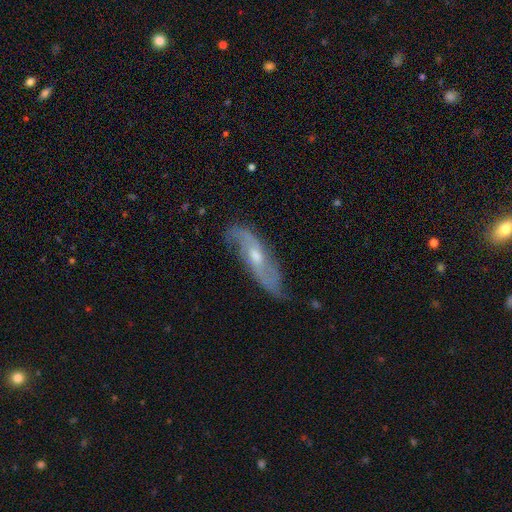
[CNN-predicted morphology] The model was most divided on "spiral winding": medium: 42%, loose: 39%, tight: 19%. More confident: spiral arms — yes (92%); edge-on disk — no (81%); smooth or featured — featured or disk (78%); spiral arm count — 2 (71%); merging — none (67%); bulge size — moderate (57%); bar — no (52%).